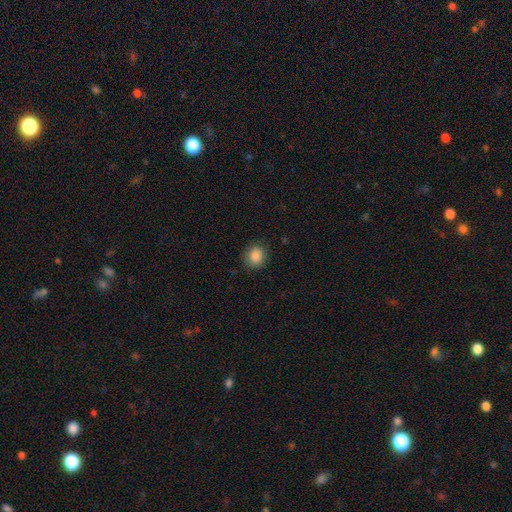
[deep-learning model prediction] Smooth or featured? smooth (87%)
How rounded? round (76%)
Merging? none (85%)